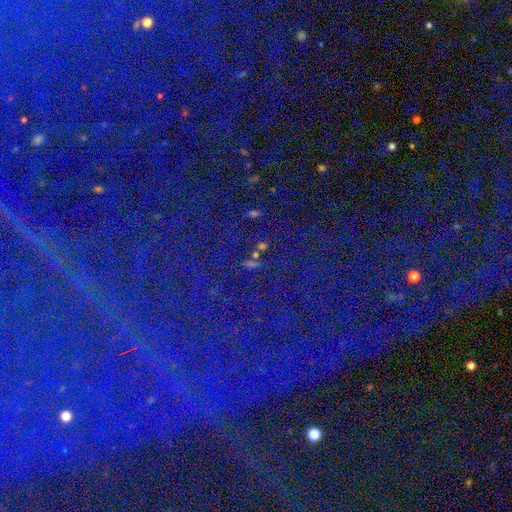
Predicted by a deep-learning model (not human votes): A star or artifact, not a galaxy (76%).

Vote fractions:
- Smooth or featured? star or artifact: 76% / smooth: 16% / featured or disk: 8%